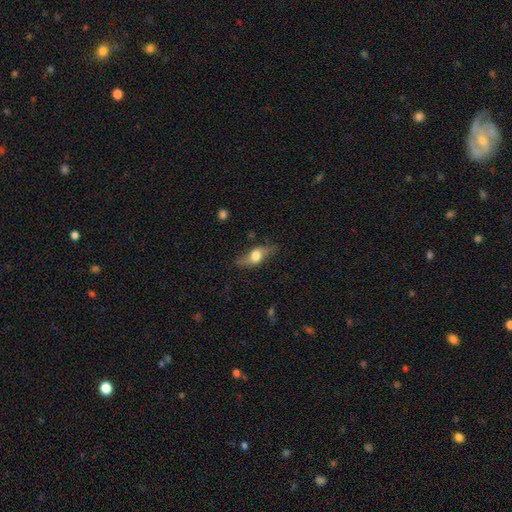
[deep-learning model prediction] Smooth or featured: featured or disk — 47% (smooth — 46%)
Merging: none — 74% (minor disturbance — 19%)